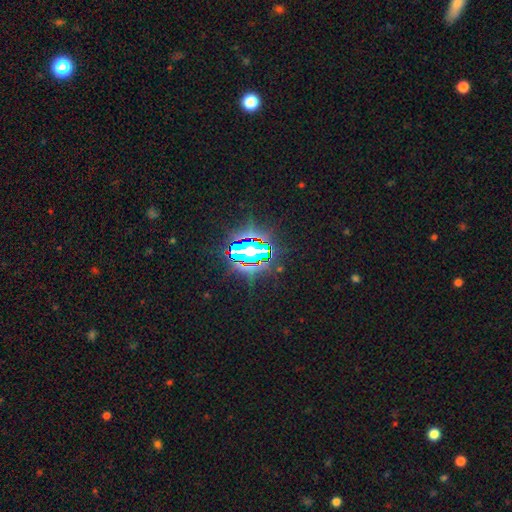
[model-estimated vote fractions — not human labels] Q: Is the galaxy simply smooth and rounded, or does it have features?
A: star or artifact — 80%.